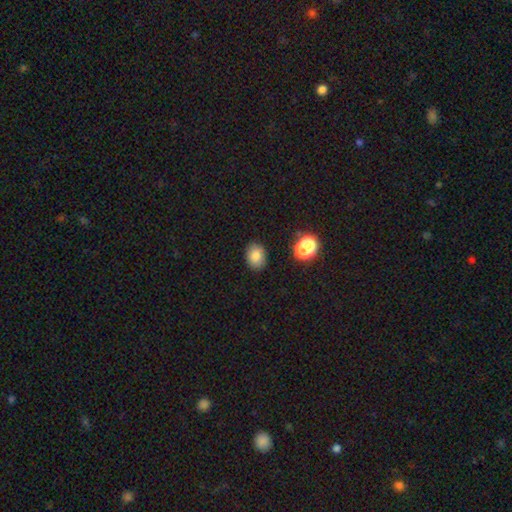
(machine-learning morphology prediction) Overall: smooth (80%). How rounded: in between (64%; round 35%). Merging: none (85%).